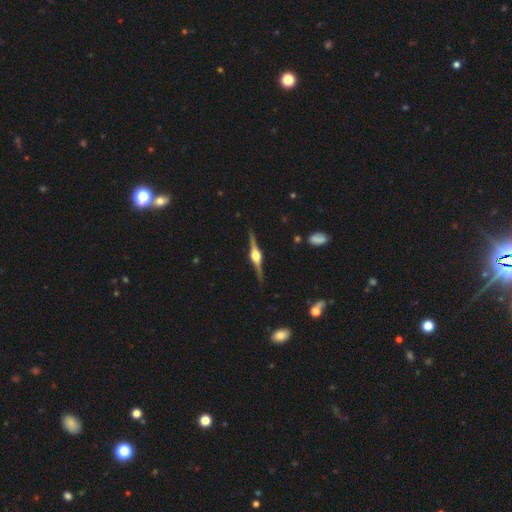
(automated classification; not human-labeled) A featured or disk galaxy (89%) viewed edge-on (98%) with a rounded central bulge (94%). Merging: none (90%).